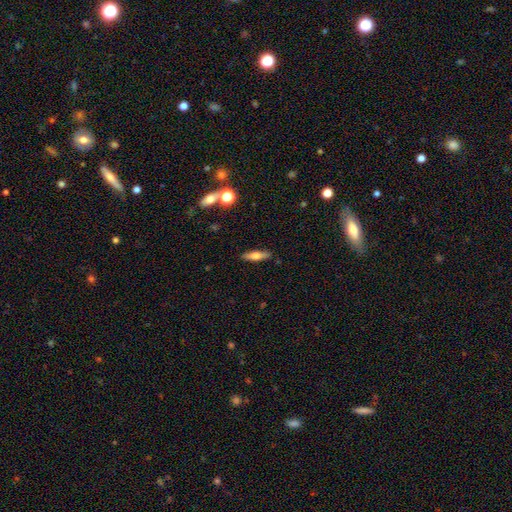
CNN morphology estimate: Q: Smooth or featured?
A: smooth (59%); runner-up: featured or disk (33%)
Q: How rounded?
A: cigar-shaped (61%); runner-up: in between (36%)
Q: Merging?
A: none (87%); runner-up: minor disturbance (9%)